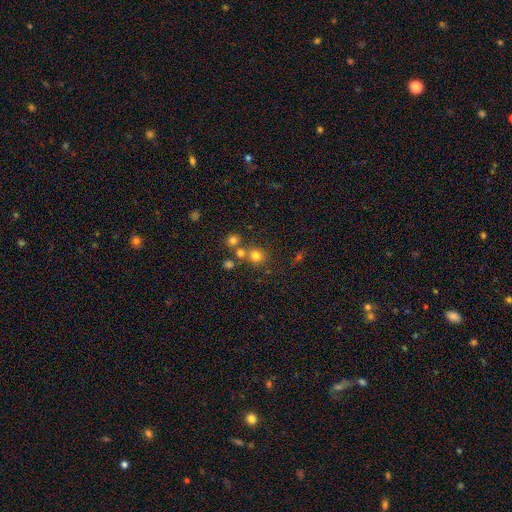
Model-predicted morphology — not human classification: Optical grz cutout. It shows a smooth galaxy with no disk features (73%) that is round (85%). Merging: none (64%).